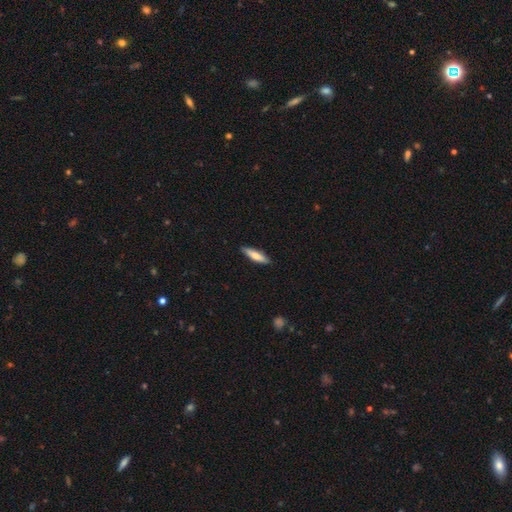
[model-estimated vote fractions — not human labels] This is likely a smooth galaxy (66%). How rounded: likely cigar-shaped (72%). Merging: clearly none (88%).